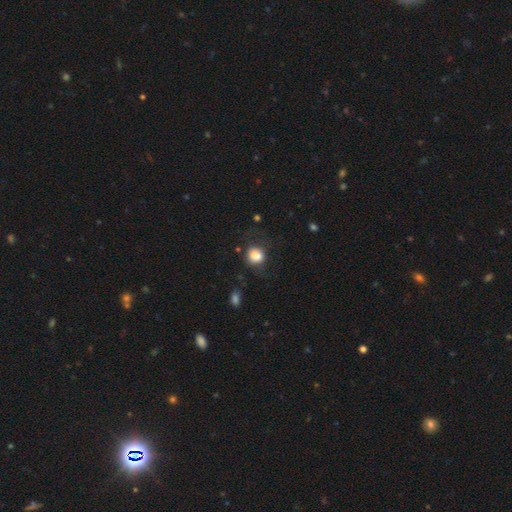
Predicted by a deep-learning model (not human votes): smooth 82%, star or artifact 10%, featured or disk 8%. Down the decision tree: how rounded — round (61%); merging — none (62%).